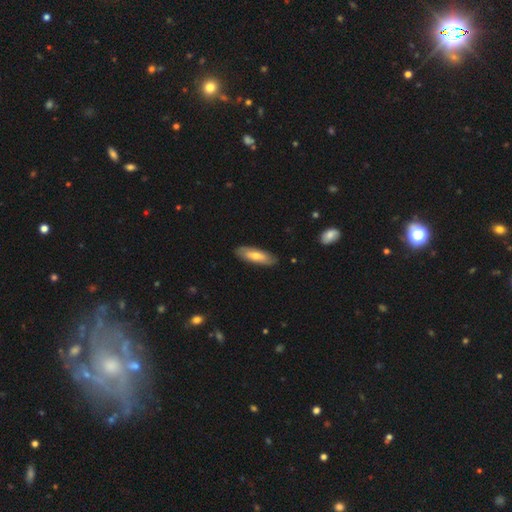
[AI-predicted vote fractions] A smooth galaxy with no disk features (58%) that is in between round and cigar-shaped (55%).

Vote fractions:
- Smooth or featured? smooth: 58% / featured or disk: 36% / star or artifact: 5%
- How rounded? in between: 55% / cigar-shaped: 43% / round: 2%
- Merging? none: 86% / minor disturbance: 11% / major disturbance: 2% / merger: 1%